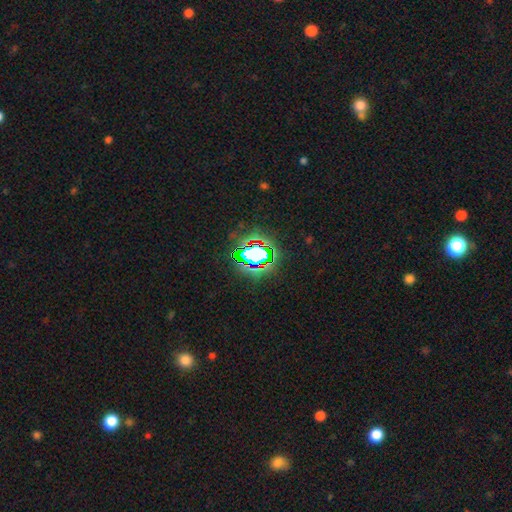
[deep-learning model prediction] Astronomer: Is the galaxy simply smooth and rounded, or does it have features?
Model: star or artifact — 70%.